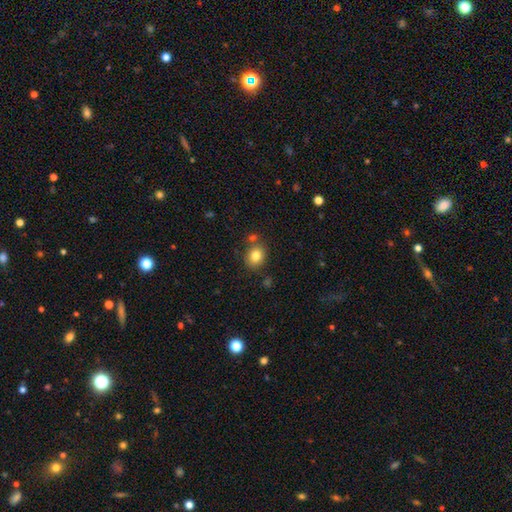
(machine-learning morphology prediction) smooth 82%, star or artifact 11%, featured or disk 7%. Down the decision tree: how rounded — round (63%); merging — none (75%).